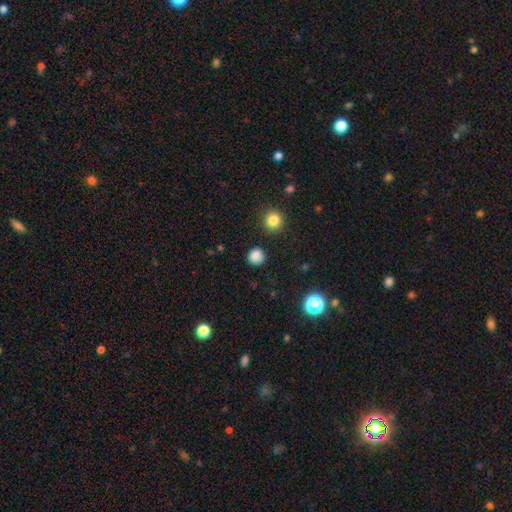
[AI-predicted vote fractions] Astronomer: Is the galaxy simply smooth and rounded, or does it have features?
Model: smooth — 84%.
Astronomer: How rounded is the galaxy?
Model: round — 91%.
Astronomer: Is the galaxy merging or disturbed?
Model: none — 88%.